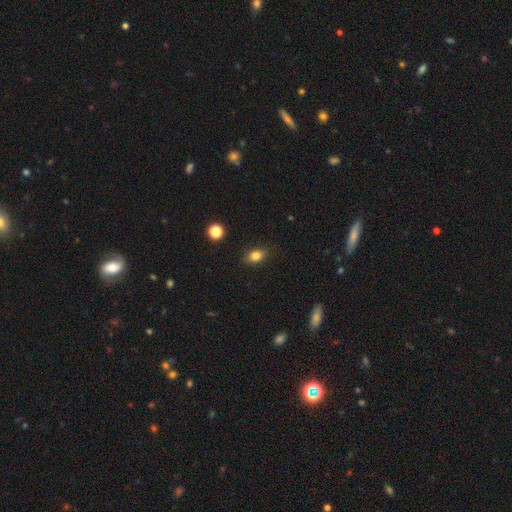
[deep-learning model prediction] Q: Smooth or featured?
A: smooth (83%); runner-up: star or artifact (11%)
Q: How rounded?
A: in between (74%); runner-up: round (24%)
Q: Merging?
A: none (86%); runner-up: minor disturbance (10%)